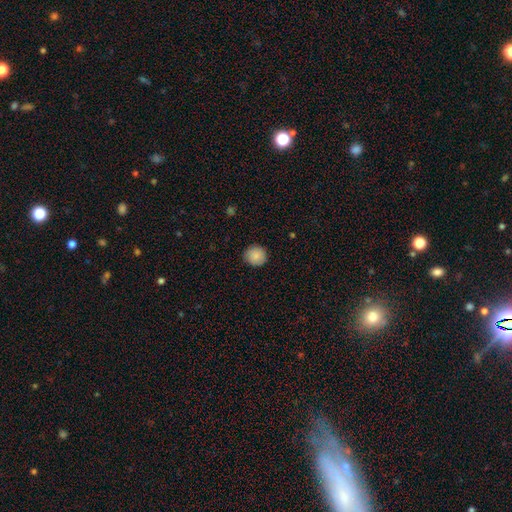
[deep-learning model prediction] smooth 87%, star or artifact 8%, featured or disk 5%. Down the decision tree: how rounded — round (93%); merging — none (90%).